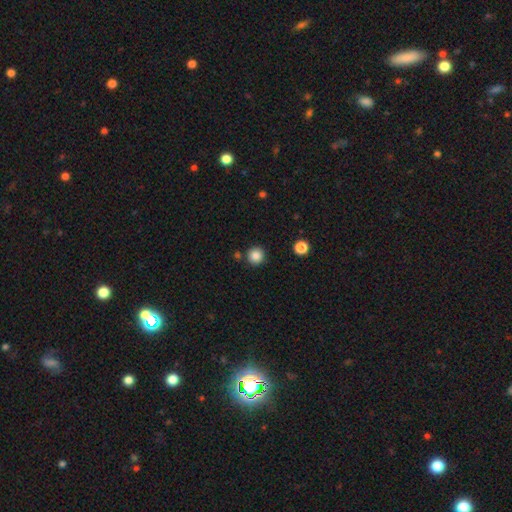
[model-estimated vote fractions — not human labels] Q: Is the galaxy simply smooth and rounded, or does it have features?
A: smooth — 86%.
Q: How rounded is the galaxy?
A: round — 95%.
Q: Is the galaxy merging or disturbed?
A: none — 87%.